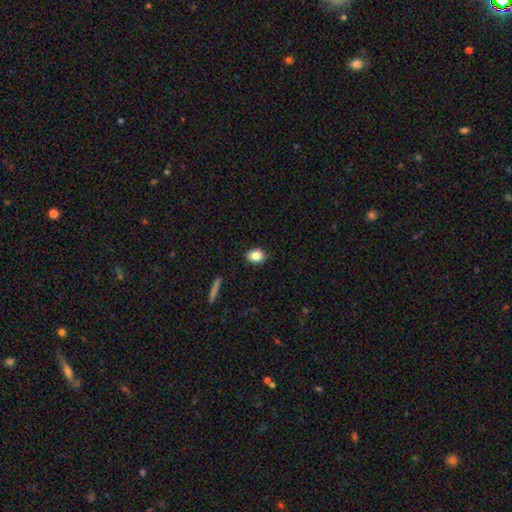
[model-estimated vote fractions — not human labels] Q: Smooth or featured?
A: smooth (84%); runner-up: star or artifact (9%)
Q: How rounded?
A: round (50%); runner-up: in between (48%)
Q: Merging?
A: none (88%); runner-up: minor disturbance (8%)